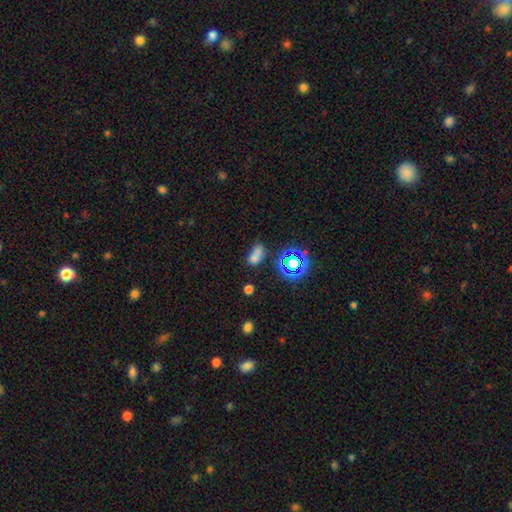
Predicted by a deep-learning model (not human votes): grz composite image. It shows a smooth galaxy with no disk features (61%) that is in between round and cigar-shaped (67%). Merging: merger (45%).